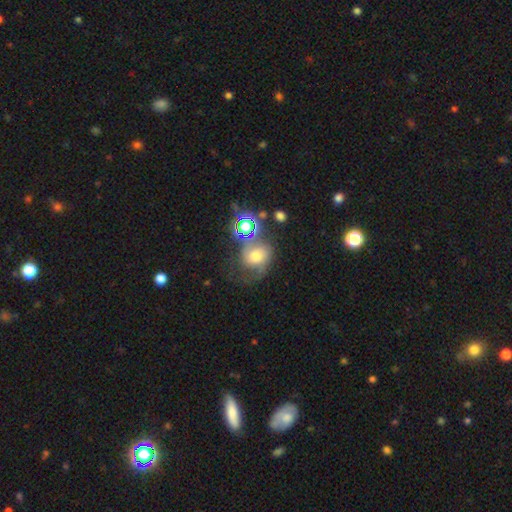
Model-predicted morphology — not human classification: Smooth or featured: featured or disk — 43% (smooth — 39%)
Merging: none — 35% (major disturbance — 29%)